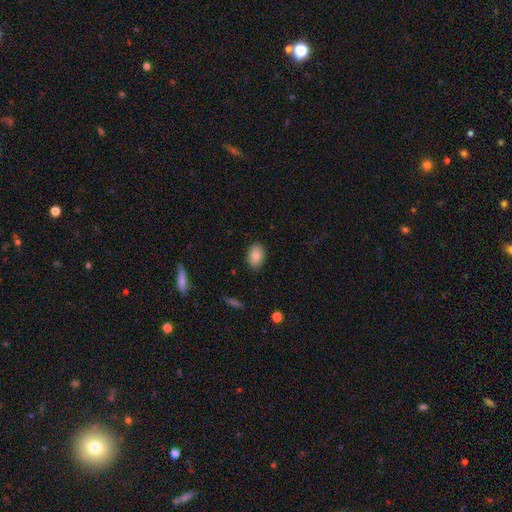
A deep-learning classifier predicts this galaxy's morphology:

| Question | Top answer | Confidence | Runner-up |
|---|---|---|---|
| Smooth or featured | smooth | 85% | star or artifact (7%) |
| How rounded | in between | 85% | round (14%) |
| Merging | none | 88% | minor disturbance (9%) |